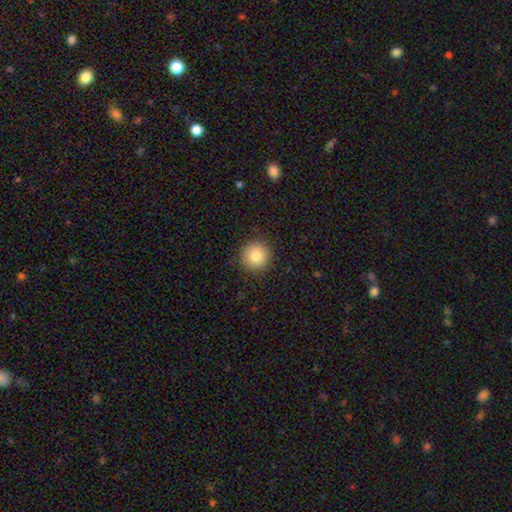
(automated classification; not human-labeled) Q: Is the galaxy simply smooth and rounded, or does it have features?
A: smooth — 83%.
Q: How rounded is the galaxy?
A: round — 95%.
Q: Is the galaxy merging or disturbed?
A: none — 90%.